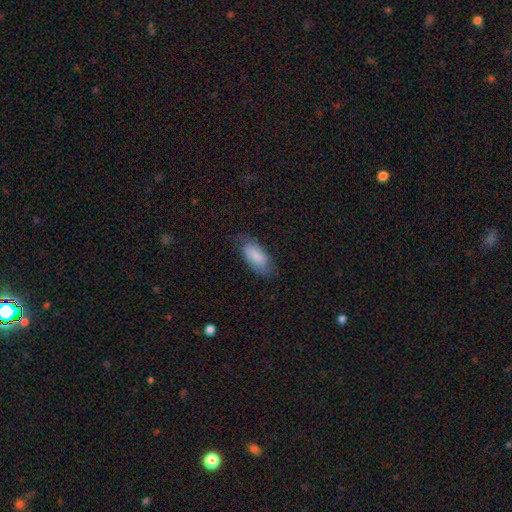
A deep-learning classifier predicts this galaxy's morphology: The model was most divided on "merging": none: 66%, minor disturbance: 24%, major disturbance: 8%, merger: 1%. More confident: how rounded — in between (90%); smooth or featured — smooth (78%).